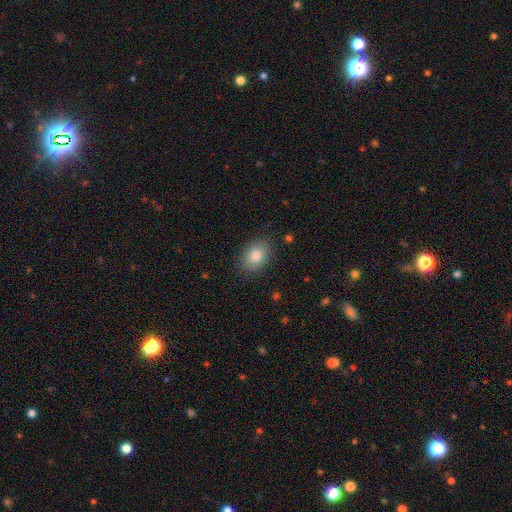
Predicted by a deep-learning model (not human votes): This is clearly a smooth galaxy (84%). How rounded: likely in between (79%). Merging: clearly none (85%).